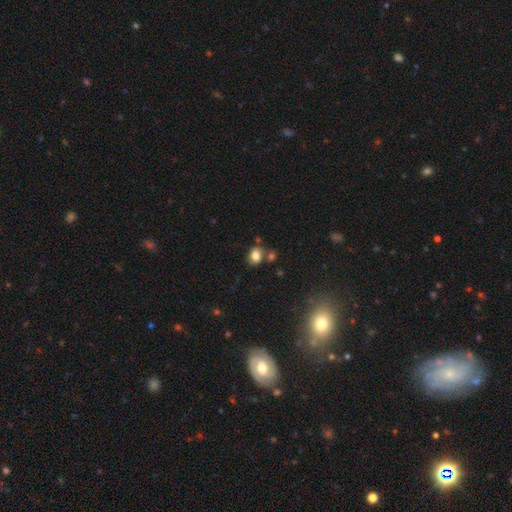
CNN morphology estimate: Smooth or featured? smooth (80%)
How rounded? in between (55%)
Merging? none (67%)